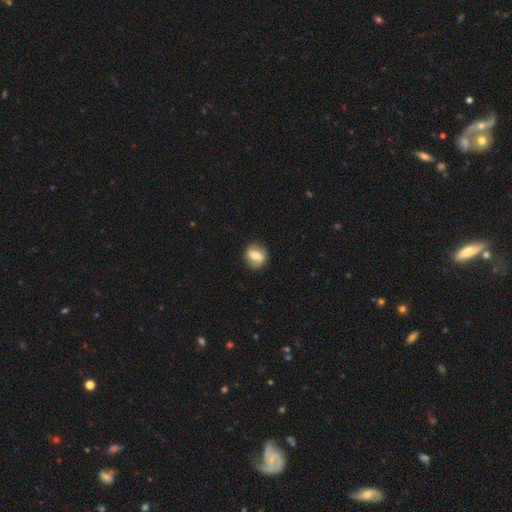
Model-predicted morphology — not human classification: This appears to be a smooth galaxy with no disk features (52%) that is round (70%). Merging: none (84%).